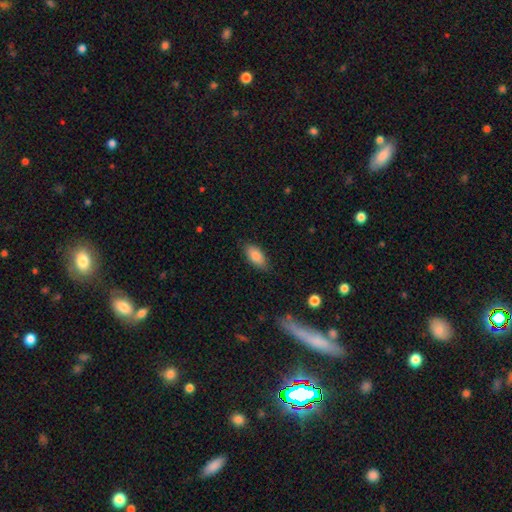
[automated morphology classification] A smooth galaxy with no disk features (84%) that is in between round and cigar-shaped (89%).

Vote fractions:
- Smooth or featured? smooth: 84% / featured or disk: 9% / star or artifact: 7%
- How rounded? in between: 89% / cigar-shaped: 8% / round: 3%
- Merging? none: 81% / minor disturbance: 15% / major disturbance: 3% / merger: 1%